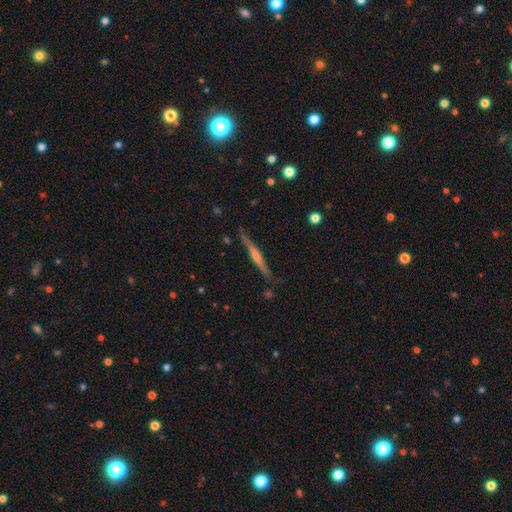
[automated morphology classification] Smooth or featured? Predicted: featured or disk (p=0.74). Edge-on disk? Predicted: yes (p=0.98). Edge-on bulge? Predicted: rounded (p=0.64). Merging? Predicted: none (p=0.87).